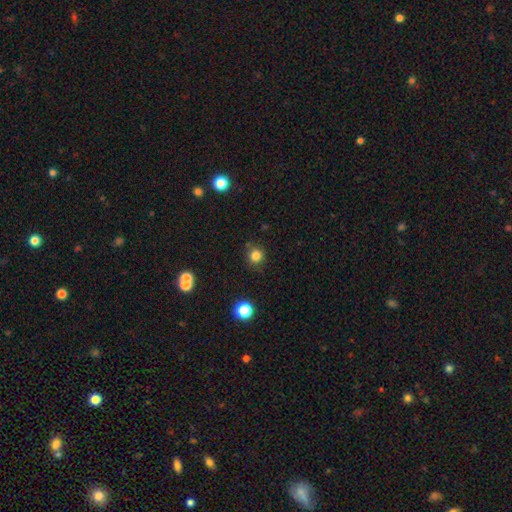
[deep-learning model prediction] smooth-or-featured: smooth: 82% | star or artifact: 13% | featured or disk: 5%
  how-rounded: round: 92% | in between: 7% | cigar-shaped: 1%
  merging: none: 85% | minor disturbance: 9% | merger: 3% | major disturbance: 3%